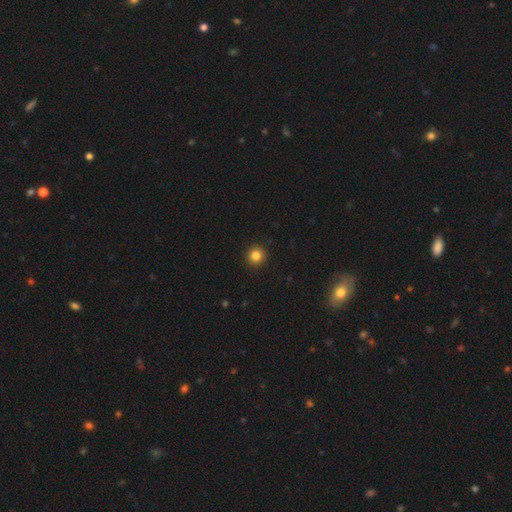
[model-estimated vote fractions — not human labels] A smooth galaxy with no disk features (84%) that is round (95%).

Vote fractions:
- Smooth or featured? smooth: 84% / star or artifact: 12% / featured or disk: 5%
- How rounded? round: 95% / in between: 4% / cigar-shaped: 1%
- Merging? none: 93% / minor disturbance: 4% / major disturbance: 2% / merger: 1%